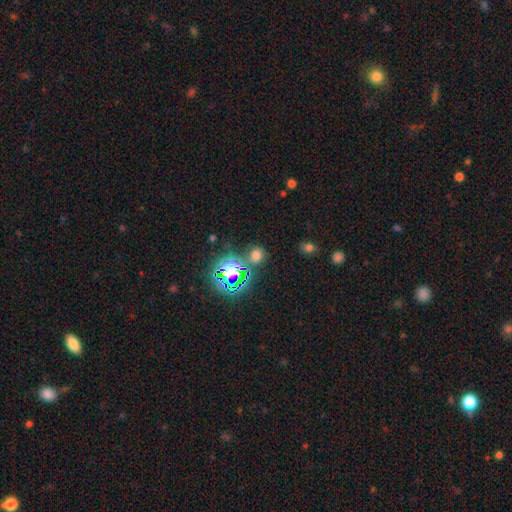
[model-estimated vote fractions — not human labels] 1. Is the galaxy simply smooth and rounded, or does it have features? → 51% smooth, 43% star or artifact, 7% featured or disk.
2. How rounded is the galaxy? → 74% round, 25% in between, 1% cigar-shaped.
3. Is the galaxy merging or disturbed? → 74% none, 11% minor disturbance, 10% merger, 5% major disturbance.